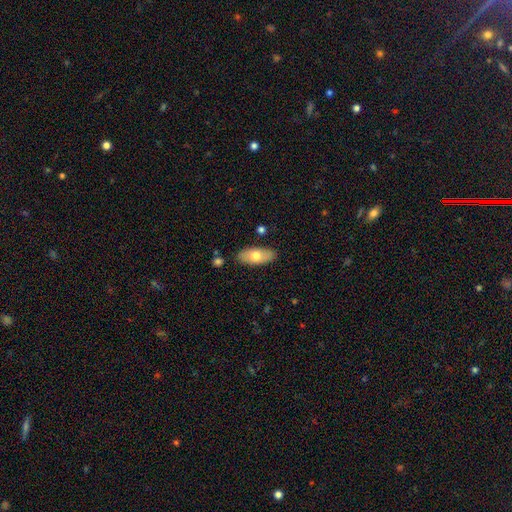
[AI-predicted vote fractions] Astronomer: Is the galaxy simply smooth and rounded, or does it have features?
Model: smooth — 68%.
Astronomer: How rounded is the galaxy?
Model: in between — 87%.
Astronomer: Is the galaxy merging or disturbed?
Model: none — 85%.